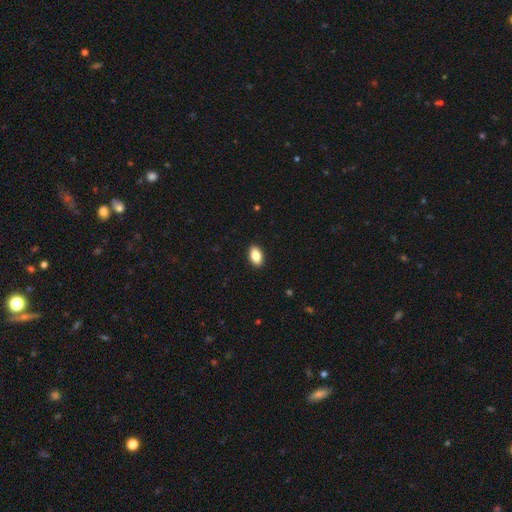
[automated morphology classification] type=smooth (85%); roundness=in between (92%); merging=none (91%).